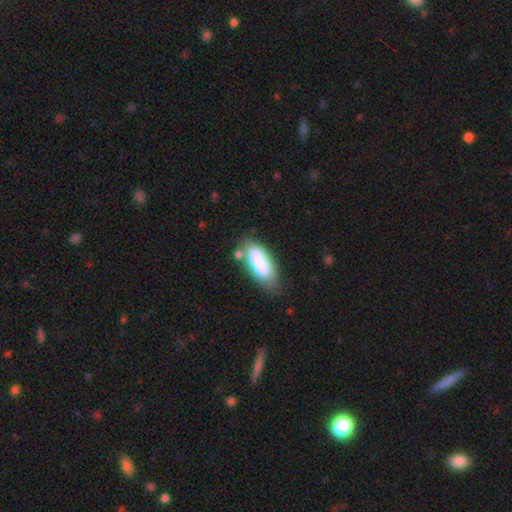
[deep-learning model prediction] Overall: smooth (76%). How rounded: in between (76%). Merging: none (53%; minor disturbance 22%).